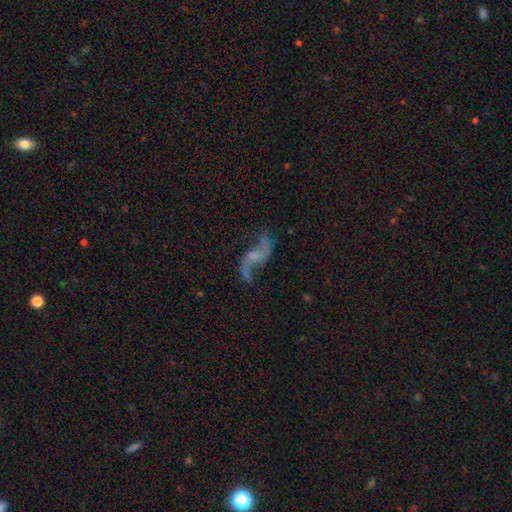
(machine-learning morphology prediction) type=featured or disk (86%); edge-on=no (95%); bar=no (54%); spiral arms=yes (96%); winding=loose (89%); arm count=2 (93%); bulge=small (43%); merging=none (74%).